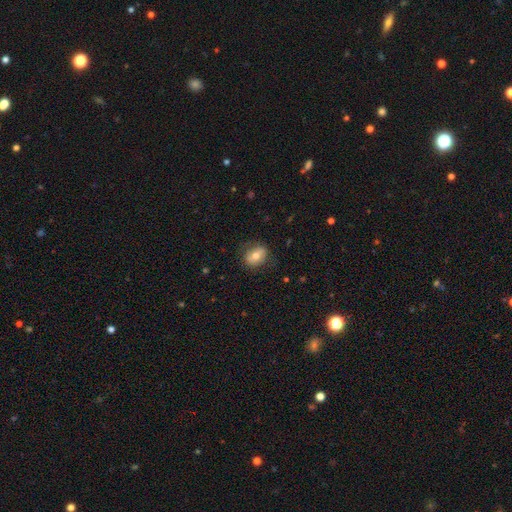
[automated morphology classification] This appears to be a smooth galaxy with no disk features (64%) that is in between round and cigar-shaped (62%). Merging: none (80%).